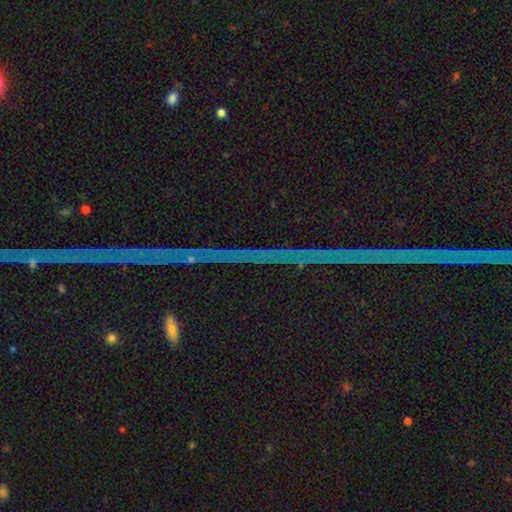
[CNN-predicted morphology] This is clearly a star or artifact rather than a galaxy (84%).